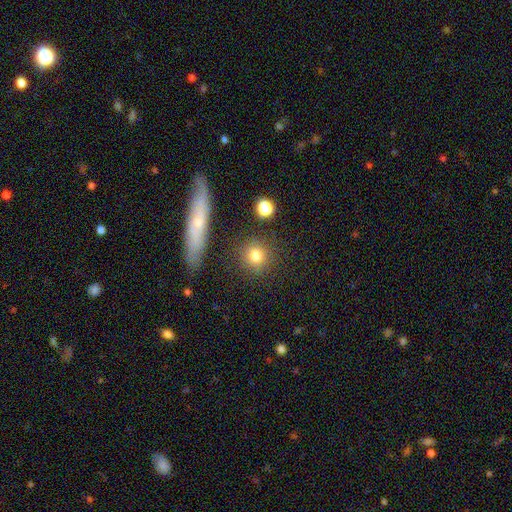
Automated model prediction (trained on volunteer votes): smooth 79%, star or artifact 12%, featured or disk 9%. Down the decision tree: how rounded — round (89%); merging — none (86%).